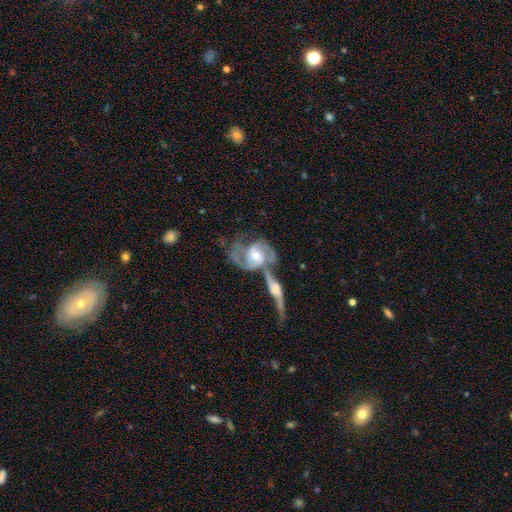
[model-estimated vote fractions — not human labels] A featured or disk galaxy (87%) with no bar (53%), 2 (79%) medium (47%) spiral arms (94%) and a moderate central bulge (65%).

Vote fractions:
- Smooth or featured? featured or disk: 87% / smooth: 8% / star or artifact: 5%
- Edge-on disk? no: 94% / yes: 6%
- Bar? no: 53% / weak: 34% / strong: 13%
- Spiral arms? yes: 94% / no: 6%
- Spiral winding? medium: 47% / loose: 28% / tight: 25%
- Spiral arm count? 2: 79% / can't tell: 9% / 3: 5% / 1: 4% / 4: 2% / more than 4: 2%
- Bulge size? moderate: 65% / small: 28% / large: 5% / none: 1% / dominant: 1%
- Merging? merger: 59% / none: 19% / major disturbance: 12% / minor disturbance: 10%